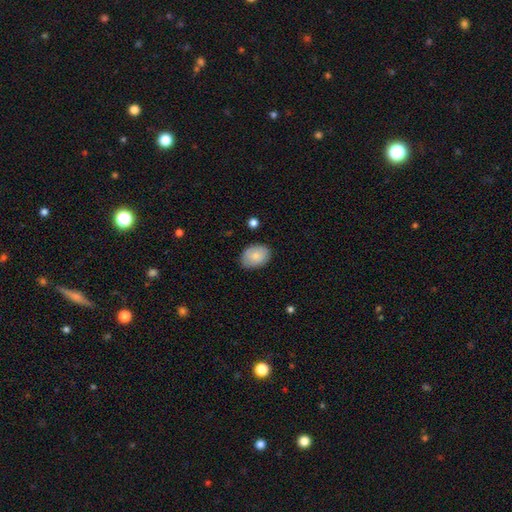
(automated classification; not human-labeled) Overall: smooth (82%). How rounded: in between (78%). Merging: none (82%).